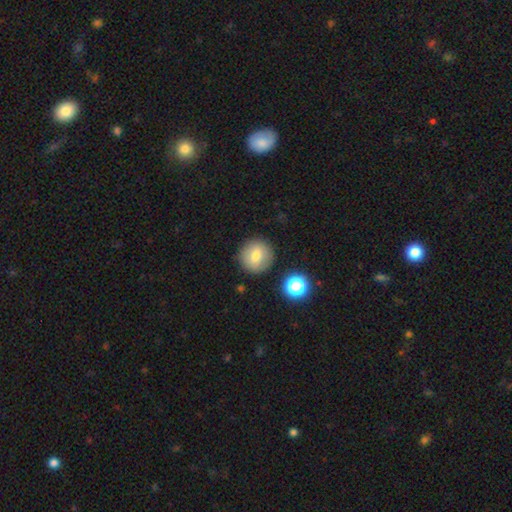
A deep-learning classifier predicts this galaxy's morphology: The model was most divided on "smooth or featured": smooth: 75%, featured or disk: 15%, star or artifact: 10%. More confident: how rounded — round (92%); merging — none (86%).